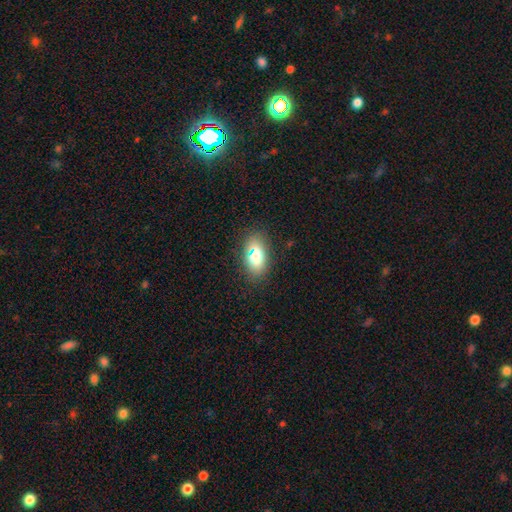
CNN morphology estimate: Smooth or featured?
  - smooth: 73% *
  - featured or disk: 16%
  - star or artifact: 11%
How rounded?
  - in between: 85% *
  - round: 10%
  - cigar-shaped: 4%
Merging?
  - none: 81% *
  - minor disturbance: 13%
  - major disturbance: 4%
  - merger: 2%